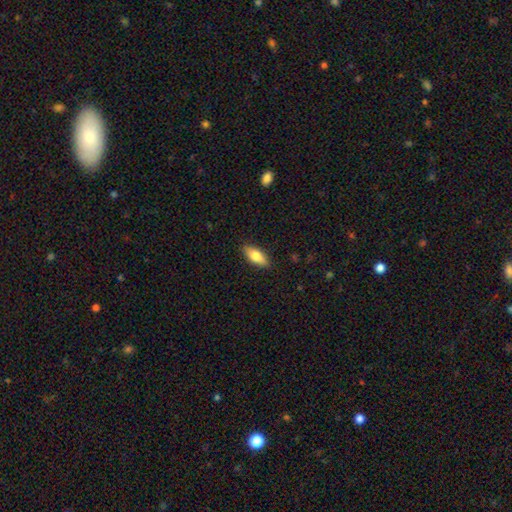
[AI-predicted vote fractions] This is likely a smooth galaxy (73%). How rounded: likely in between (77%). Merging: clearly none (87%).